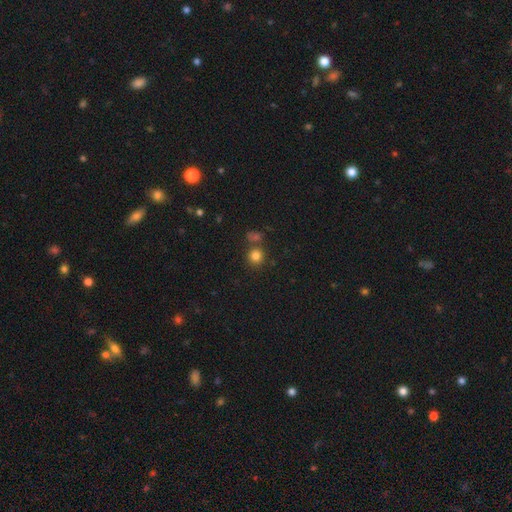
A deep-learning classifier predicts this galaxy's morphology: Smooth or featured? Predicted: smooth (p=0.81). How rounded? Predicted: round (p=0.91). Merging? Predicted: none (p=0.72).